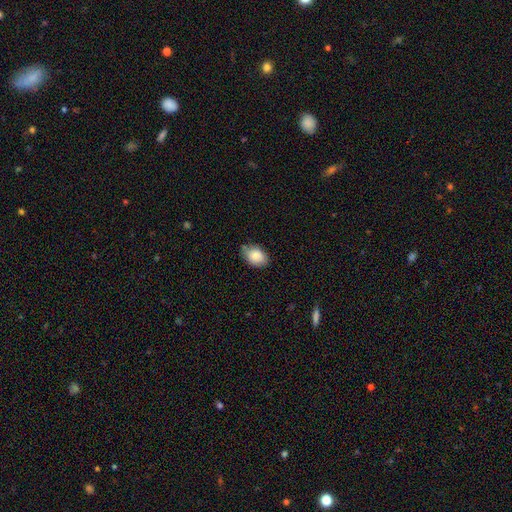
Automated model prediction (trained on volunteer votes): smooth 85%, featured or disk 8%, star or artifact 7%. Down the decision tree: how rounded — in between (84%); merging — none (75%).